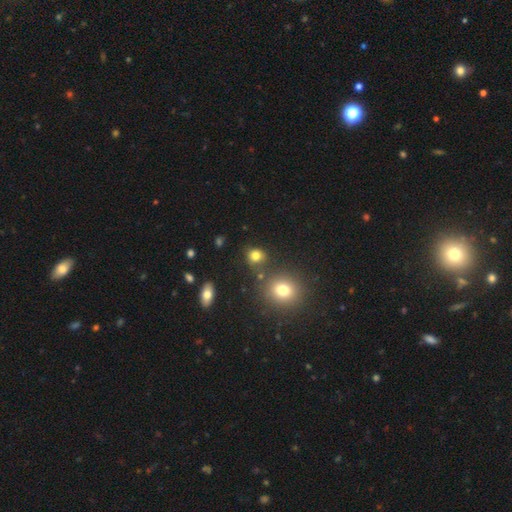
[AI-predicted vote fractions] Morphology: type=smooth (79%); roundness=round (76%); merging=none (73%).